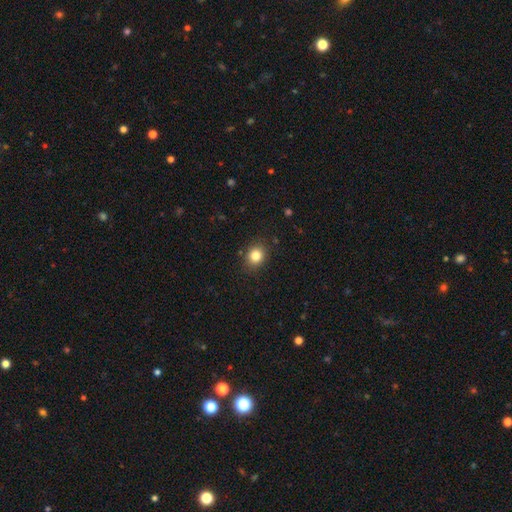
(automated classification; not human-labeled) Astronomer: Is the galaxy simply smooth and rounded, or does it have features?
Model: smooth — 83%.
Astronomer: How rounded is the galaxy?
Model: round — 70%.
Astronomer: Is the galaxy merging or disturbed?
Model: none — 87%.